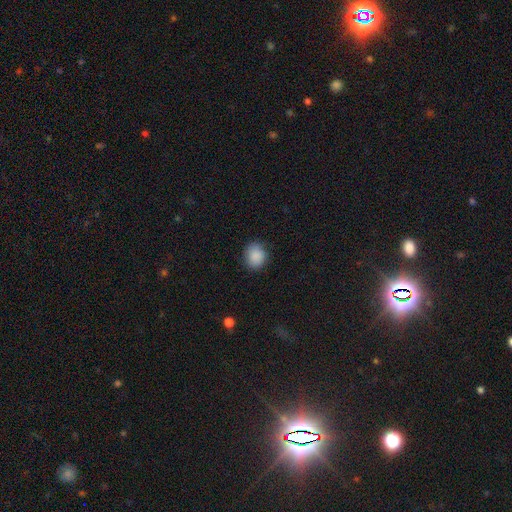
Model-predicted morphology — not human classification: This is clearly a smooth galaxy (89%). How rounded: likely round (73%). Merging: clearly none (83%).